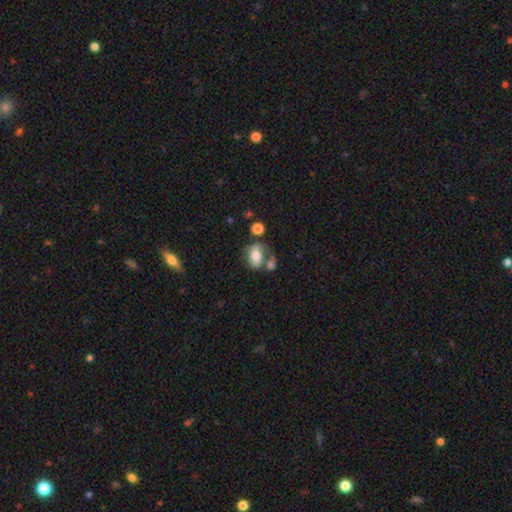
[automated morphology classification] smooth 59%, featured or disk 32%, star or artifact 9%. Down the decision tree: how rounded — in between (79%); merging — none (34%).